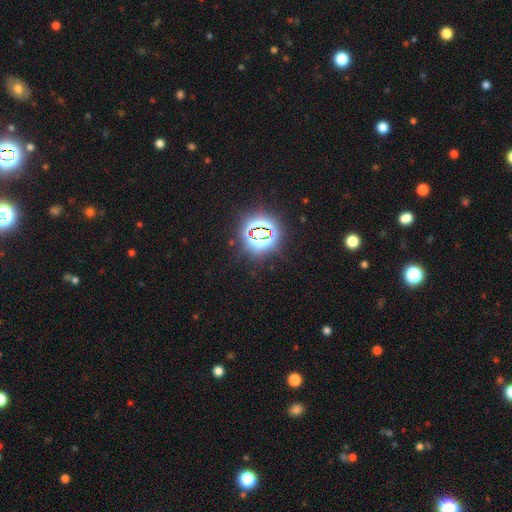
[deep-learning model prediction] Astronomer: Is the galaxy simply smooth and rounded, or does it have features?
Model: star or artifact — 79%.